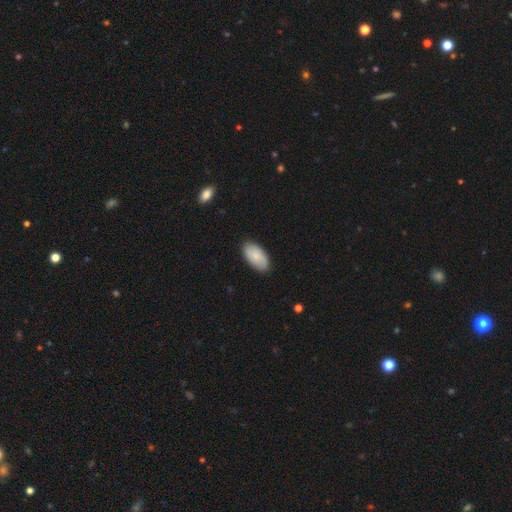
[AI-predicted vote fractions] Smooth or featured?
  - smooth: 77% *
  - featured or disk: 17%
  - star or artifact: 6%
How rounded?
  - in between: 95% *
  - round: 3%
  - cigar-shaped: 2%
Merging?
  - none: 85% *
  - minor disturbance: 12%
  - major disturbance: 2%
  - merger: 1%